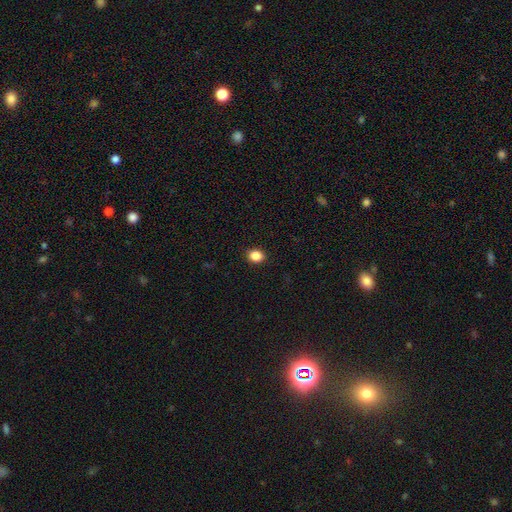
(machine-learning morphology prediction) Smooth or featured? smooth (86%)
How rounded? round (55%)
Merging? none (91%)